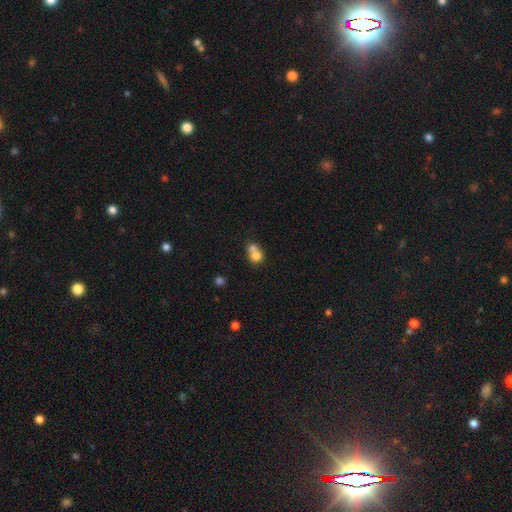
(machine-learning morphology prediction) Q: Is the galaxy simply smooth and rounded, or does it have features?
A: smooth — 74%.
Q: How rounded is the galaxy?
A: round — 77%.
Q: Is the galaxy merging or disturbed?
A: merger — 63%.